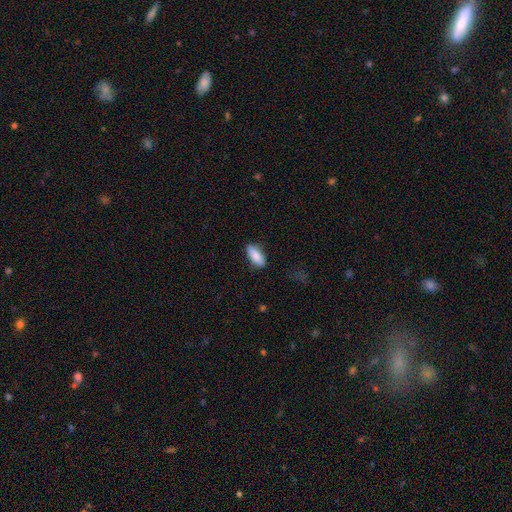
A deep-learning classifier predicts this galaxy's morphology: Smooth or featured?
  - smooth: 87% *
  - featured or disk: 7%
  - star or artifact: 6%
How rounded?
  - in between: 81% *
  - cigar-shaped: 17%
  - round: 2%
Merging?
  - none: 86% *
  - minor disturbance: 11%
  - major disturbance: 2%
  - merger: 1%